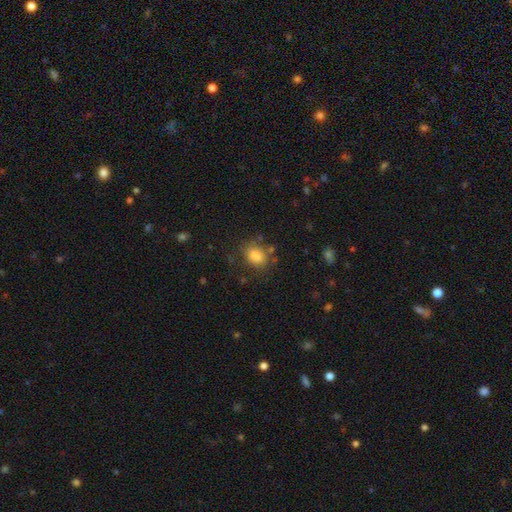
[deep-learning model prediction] Smooth or featured? smooth (84%)
How rounded? in between (60%)
Merging? none (74%)